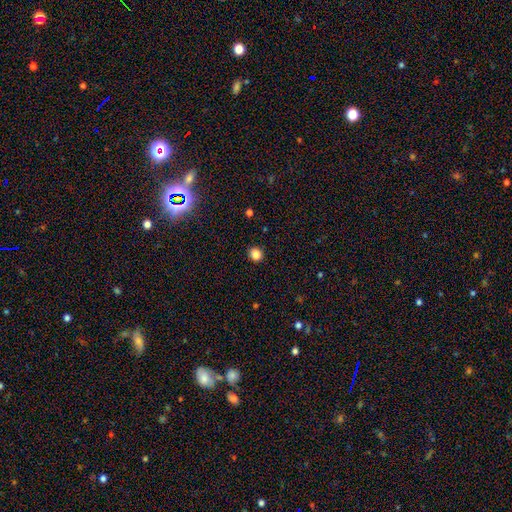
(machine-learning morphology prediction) A smooth galaxy with no disk features (83%) that is round (84%). Merging: none (91%).